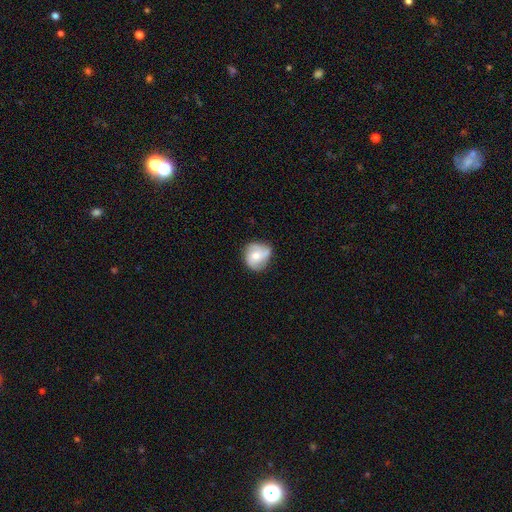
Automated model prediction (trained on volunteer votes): featured or disk 50%, smooth 42%, star or artifact 7%. Down the decision tree: edge-on disk — no (98%); merging — none (61%).